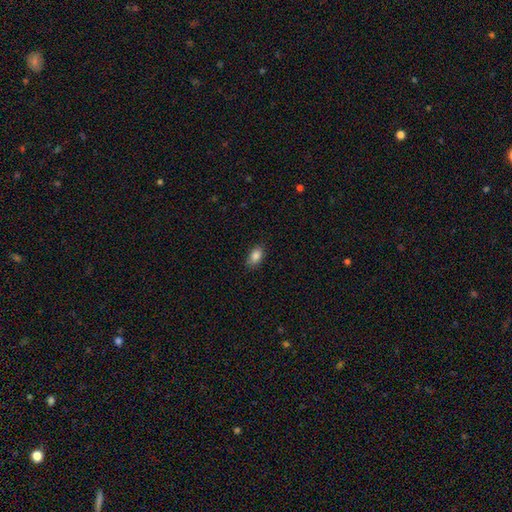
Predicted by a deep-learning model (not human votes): smooth_or_featured: smooth (p=0.86) [alt: star or artifact p=0.08]
how_rounded: in between (p=0.89) [alt: round p=0.08]
merging: none (p=0.85) [alt: minor disturbance p=0.11]